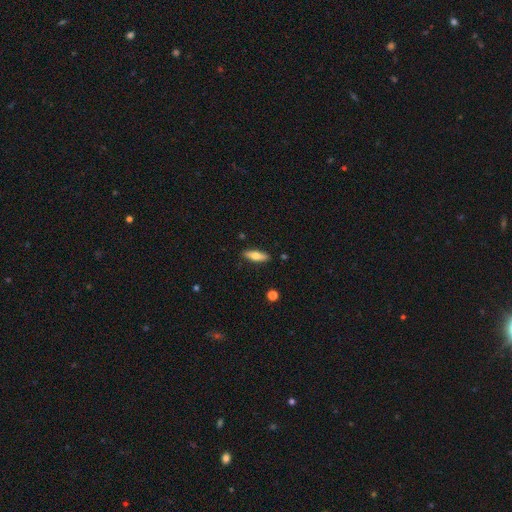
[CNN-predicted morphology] A smooth galaxy with no disk features (64%) that is in between round and cigar-shaped (51%).

Vote fractions:
- Smooth or featured? smooth: 64% / featured or disk: 30% / star or artifact: 6%
- How rounded? in between: 51% / cigar-shaped: 47% / round: 2%
- Merging? none: 88% / minor disturbance: 9% / major disturbance: 2% / merger: 1%